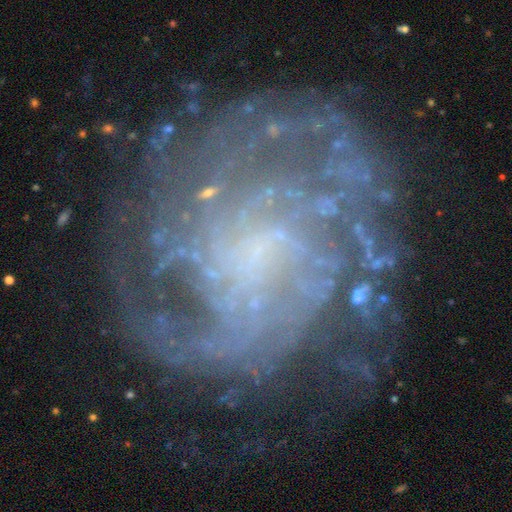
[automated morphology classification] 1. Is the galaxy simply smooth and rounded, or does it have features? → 84% featured or disk, 9% star or artifact, 7% smooth.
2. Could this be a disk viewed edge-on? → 98% no, 2% yes.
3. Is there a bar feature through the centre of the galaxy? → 57% no, 34% weak, 9% strong.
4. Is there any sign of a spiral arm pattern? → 92% yes, 8% no.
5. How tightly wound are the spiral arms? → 57% tight, 31% medium, 12% loose.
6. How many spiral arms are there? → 38% can't tell, 14% 3, 14% 2, 13% 4, 11% more than 4, 9% 1.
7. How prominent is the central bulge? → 53% none, 30% small, 13% moderate, 3% large, 1% dominant.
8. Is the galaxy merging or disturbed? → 68% none, 17% minor disturbance, 13% major disturbance, 2% merger.